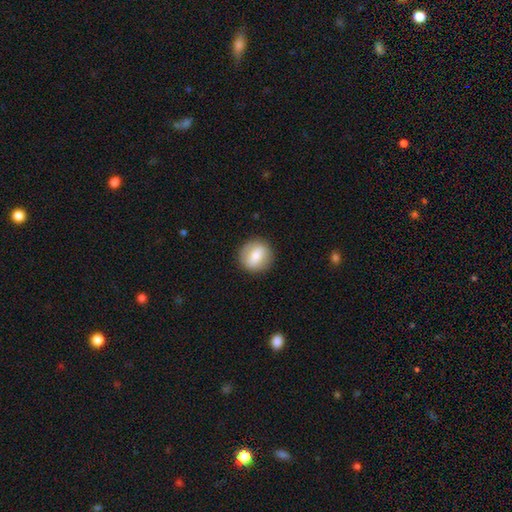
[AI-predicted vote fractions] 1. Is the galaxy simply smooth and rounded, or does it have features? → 70% smooth, 22% featured or disk, 7% star or artifact.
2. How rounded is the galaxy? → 85% round, 14% in between, 1% cigar-shaped.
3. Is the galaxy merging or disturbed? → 88% none, 8% minor disturbance, 3% major disturbance, 1% merger.